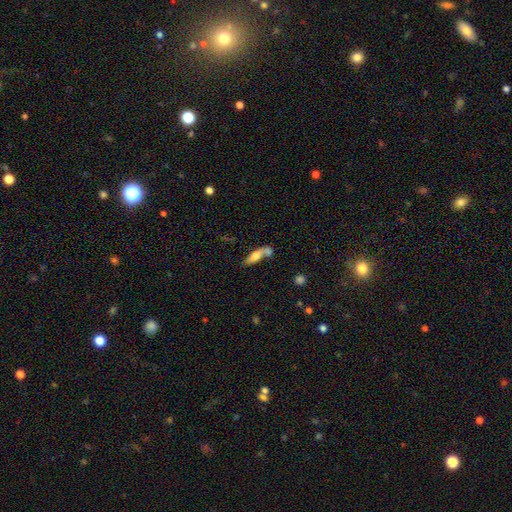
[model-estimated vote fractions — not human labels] smooth_or_featured: smooth (p=0.63) [alt: featured or disk p=0.29]
how_rounded: in between (p=0.52) [alt: cigar-shaped p=0.44]
merging: merger (p=0.40) [alt: none p=0.37]